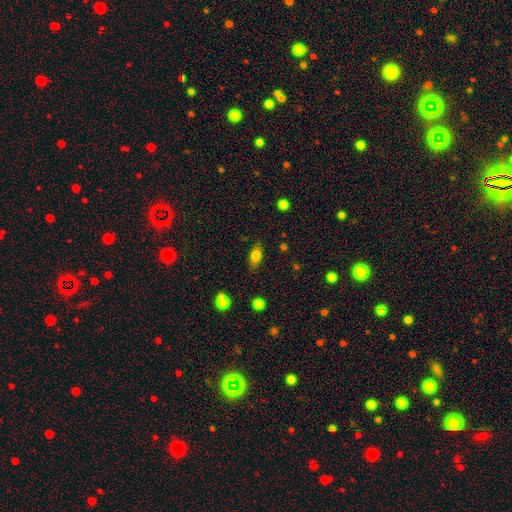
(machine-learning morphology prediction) Smooth or featured: smooth — 79% (featured or disk — 12%)
How rounded: in between — 84% (cigar-shaped — 9%)
Merging: none — 82% (minor disturbance — 13%)